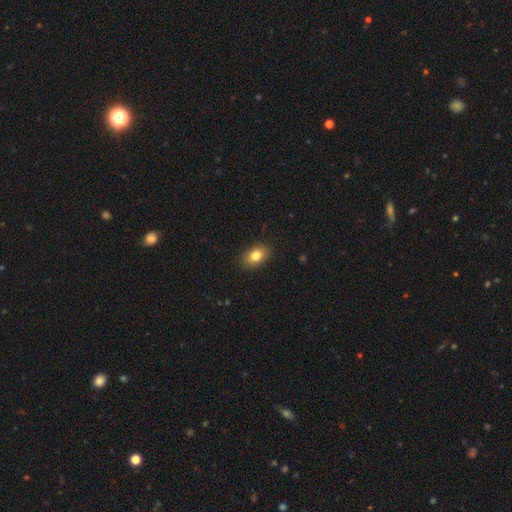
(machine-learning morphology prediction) Overall: smooth (83%). How rounded: in between (84%). Merging: none (88%).